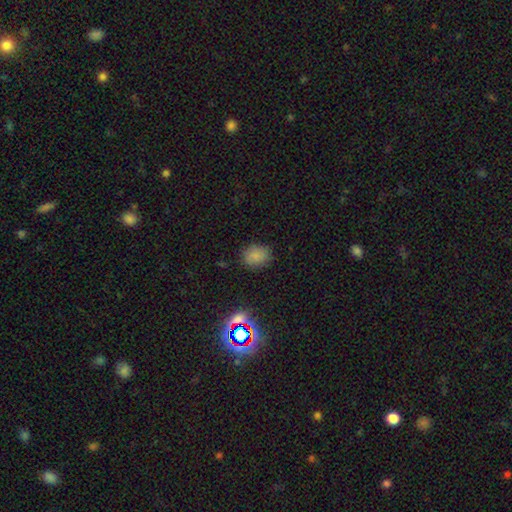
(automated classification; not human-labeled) A smooth galaxy with no disk features (79%) that is in between round and cigar-shaped (52%).

Vote fractions:
- Smooth or featured? smooth: 79% / star or artifact: 16% / featured or disk: 5%
- How rounded? in between: 52% / round: 47% / cigar-shaped: 1%
- Merging? none: 82% / minor disturbance: 13% / major disturbance: 4% / merger: 1%